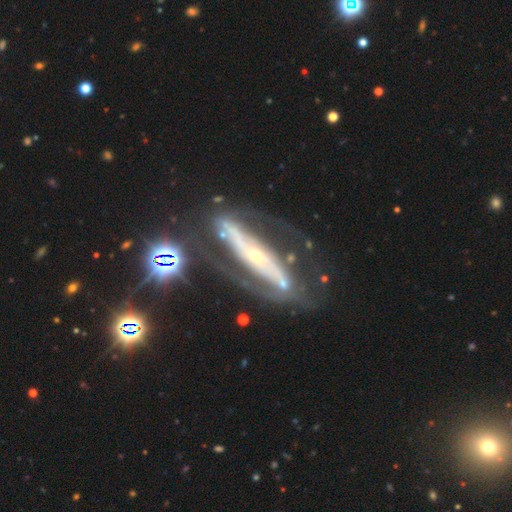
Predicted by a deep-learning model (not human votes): Morphology: type=featured or disk (83%); edge-on=no (76%); bar=strong (46%); spiral arms=yes (77%); bulge=small (68%); merging=none (61%).